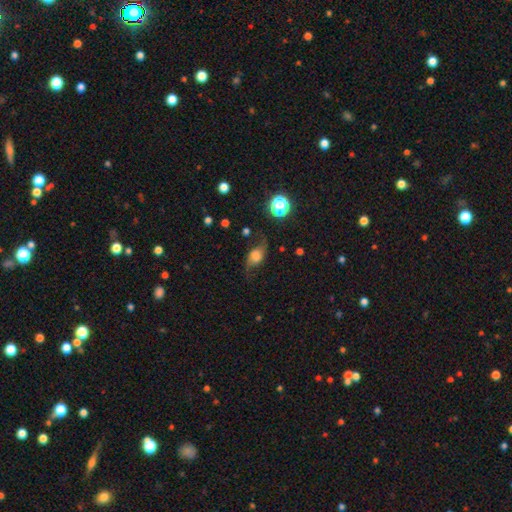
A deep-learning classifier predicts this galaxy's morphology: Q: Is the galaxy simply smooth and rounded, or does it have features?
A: featured or disk — 53%.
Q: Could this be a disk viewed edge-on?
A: no — 90%.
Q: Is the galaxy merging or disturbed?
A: none — 63%.